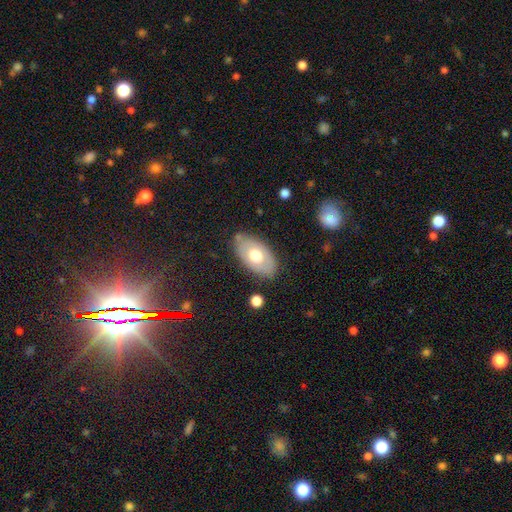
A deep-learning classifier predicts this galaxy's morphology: Smooth or featured? smooth (58%)
How rounded? in between (93%)
Merging? none (78%)